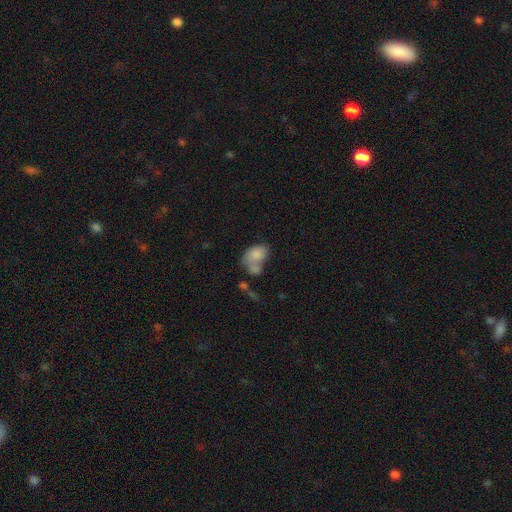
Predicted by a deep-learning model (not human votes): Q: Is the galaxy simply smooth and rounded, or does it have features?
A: smooth — 77%.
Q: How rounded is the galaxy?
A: in between — 81%.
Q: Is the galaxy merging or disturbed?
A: merger — 48%.